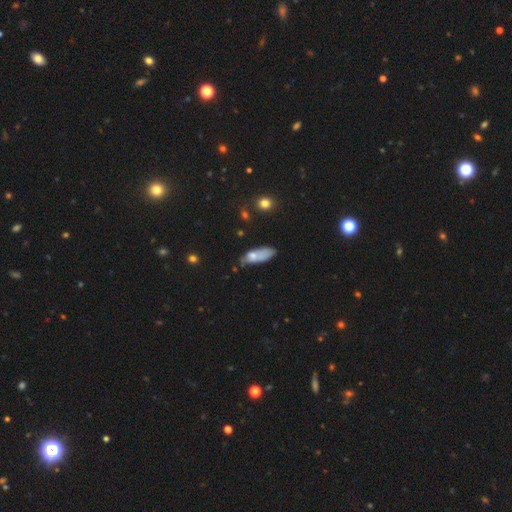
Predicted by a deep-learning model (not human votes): Smooth or featured?
  - smooth: 69% *
  - featured or disk: 22%
  - star or artifact: 9%
How rounded?
  - in between: 72% *
  - cigar-shaped: 25%
  - round: 3%
Merging?
  - none: 37% *
  - minor disturbance: 36%
  - major disturbance: 16%
  - merger: 11%